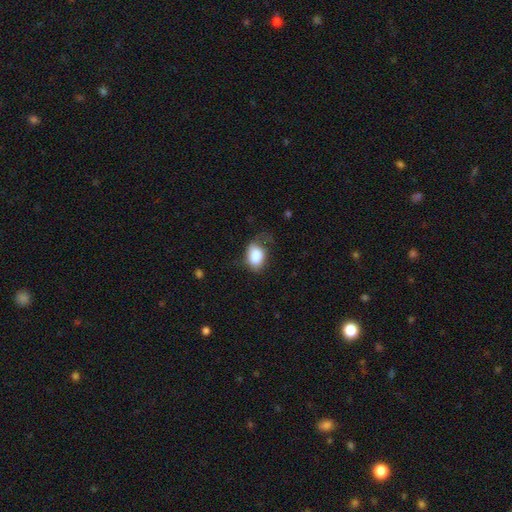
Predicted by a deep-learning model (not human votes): Smooth or featured: smooth — 84% (featured or disk — 9%)
How rounded: in between — 79% (round — 20%)
Merging: none — 41% (minor disturbance — 34%)